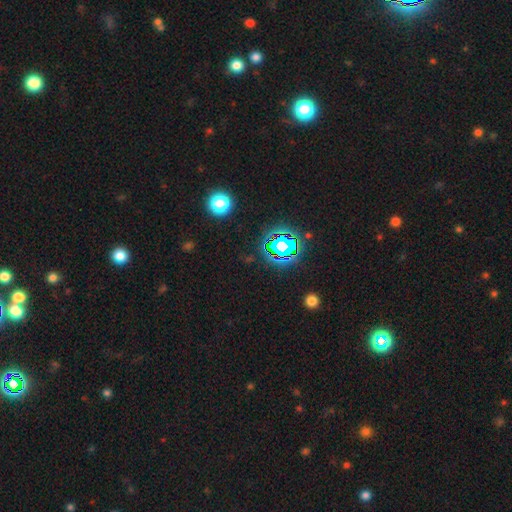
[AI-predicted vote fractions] The model was most divided on "smooth or featured": star or artifact: 79%, smooth: 14%, featured or disk: 8%.